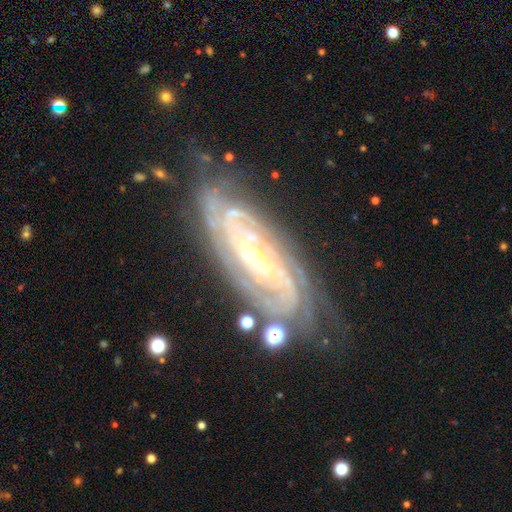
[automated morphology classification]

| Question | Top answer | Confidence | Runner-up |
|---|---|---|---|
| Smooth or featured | featured or disk | 89% | star or artifact (6%) |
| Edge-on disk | no | 91% | yes (9%) |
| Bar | no | 49% | weak (32%) |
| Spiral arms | yes | 98% | no (2%) |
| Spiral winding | tight | 74% | medium (22%) |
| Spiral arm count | can't tell | 26% | 2 (21%) |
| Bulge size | small | 69% | moderate (27%) |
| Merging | none | 74% | minor disturbance (18%) |